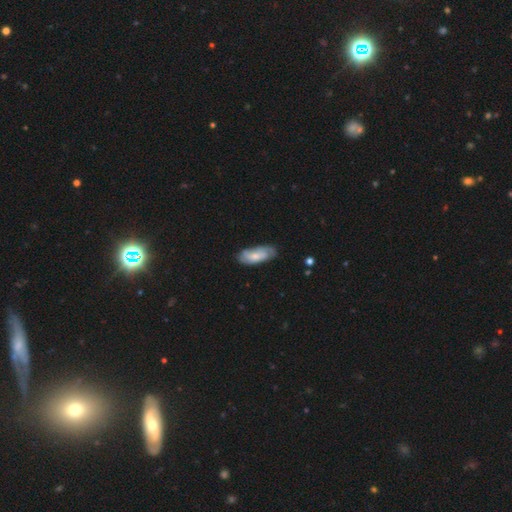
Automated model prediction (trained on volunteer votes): This appears to be a smooth galaxy with no disk features (49%). Merging: none (67%).